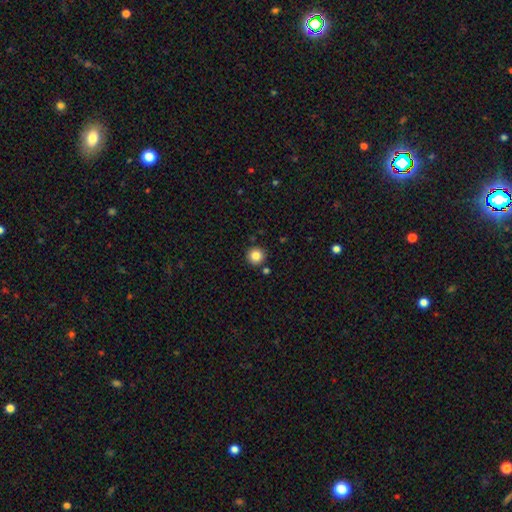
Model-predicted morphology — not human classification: The model was most divided on "smooth or featured": smooth: 84%, star or artifact: 11%, featured or disk: 5%. More confident: how rounded — round (95%); merging — none (88%).